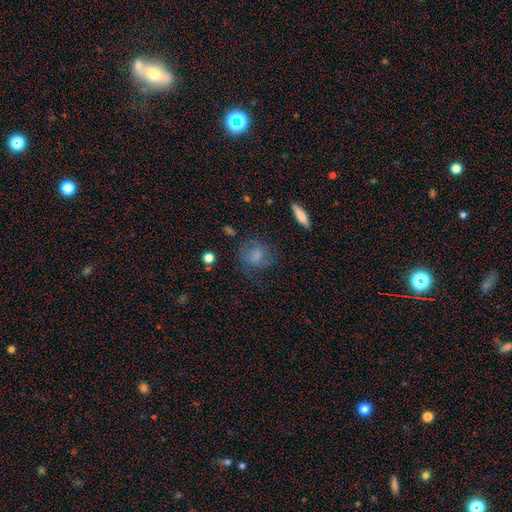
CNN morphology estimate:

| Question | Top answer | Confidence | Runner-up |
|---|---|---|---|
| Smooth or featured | smooth | 67% | featured or disk (21%) |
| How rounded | round | 65% | in between (33%) |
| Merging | none | 63% | minor disturbance (21%) |